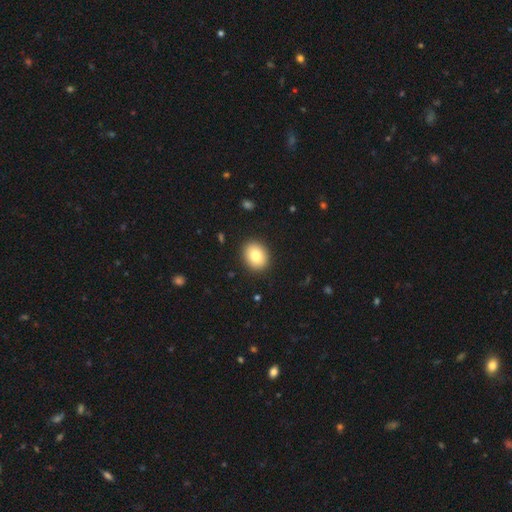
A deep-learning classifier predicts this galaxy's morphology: Smooth or featured?
  - smooth: 82% *
  - featured or disk: 10%
  - star or artifact: 8%
How rounded?
  - round: 57% *
  - in between: 42%
  - cigar-shaped: 1%
Merging?
  - none: 90% *
  - minor disturbance: 7%
  - major disturbance: 2%
  - merger: 1%